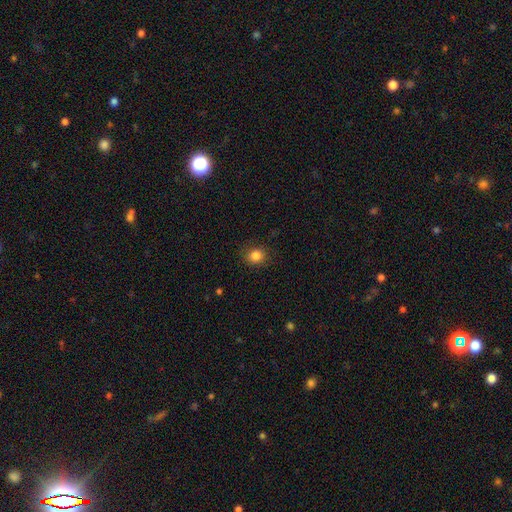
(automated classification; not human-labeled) Smooth or featured? smooth (84%)
How rounded? round (78%)
Merging? none (86%)